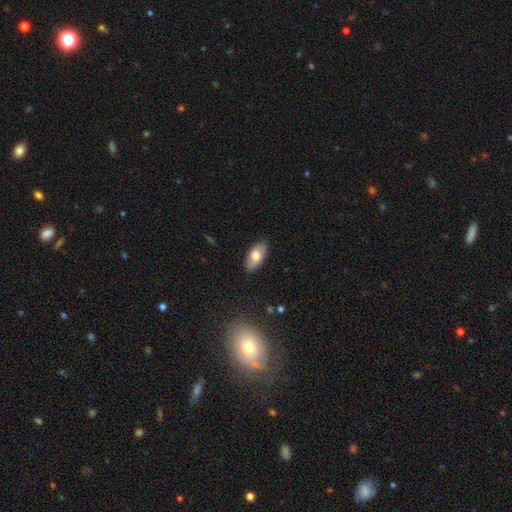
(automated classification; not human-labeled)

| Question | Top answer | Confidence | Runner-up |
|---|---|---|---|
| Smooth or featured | smooth | 72% | featured or disk (22%) |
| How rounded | in between | 91% | cigar-shaped (6%) |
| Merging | none | 85% | minor disturbance (12%) |